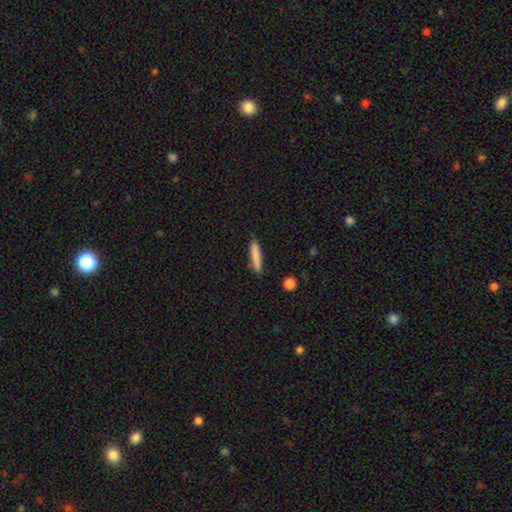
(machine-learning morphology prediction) The model was most divided on "smooth or featured": smooth: 82%, featured or disk: 12%, star or artifact: 7%. More confident: how rounded — cigar-shaped (88%); merging — none (85%).